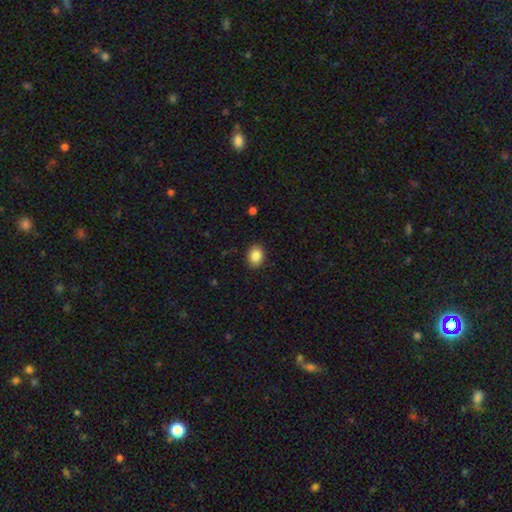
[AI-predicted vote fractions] Overall: smooth (87%). How rounded: in between (56%; round 43%). Merging: none (90%).